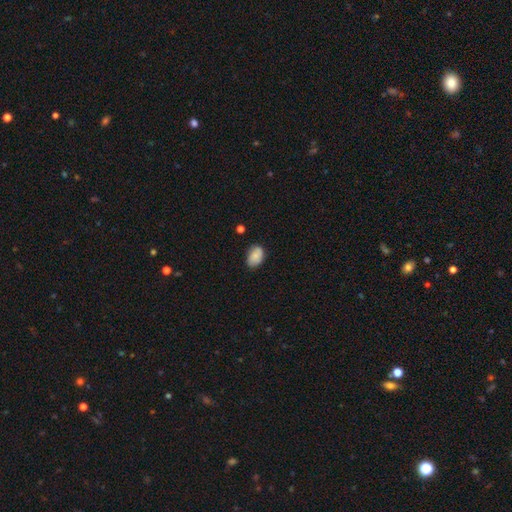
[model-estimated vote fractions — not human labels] Smooth or featured: smooth — 80% (featured or disk — 12%)
How rounded: in between — 85% (round — 14%)
Merging: none — 67% (minor disturbance — 26%)